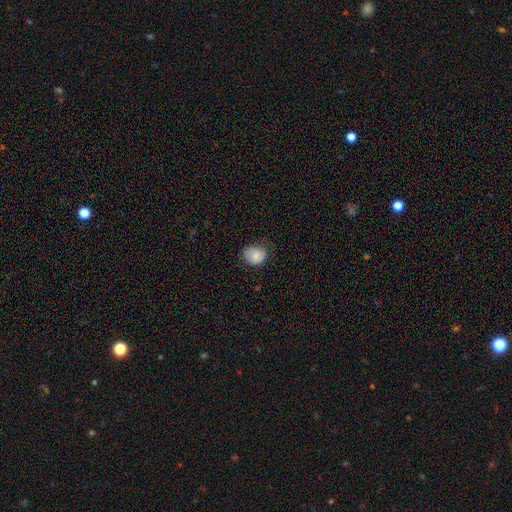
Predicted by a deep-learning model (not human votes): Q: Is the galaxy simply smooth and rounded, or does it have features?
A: smooth — 81%.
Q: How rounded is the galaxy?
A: round — 61%.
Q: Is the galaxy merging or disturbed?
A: none — 61%.